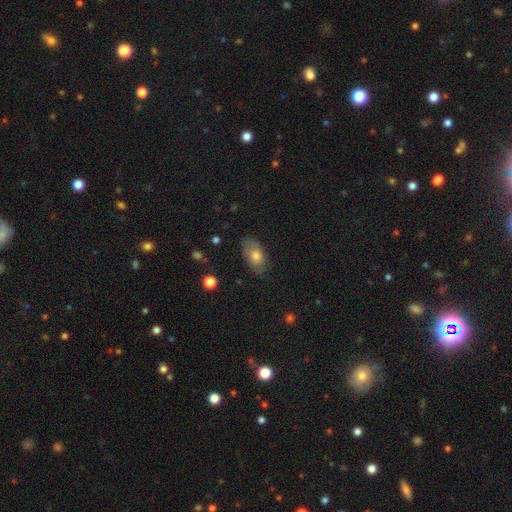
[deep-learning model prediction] Smooth or featured? Predicted: smooth (p=0.75). How rounded? Predicted: in between (p=0.90). Merging? Predicted: none (p=0.75).